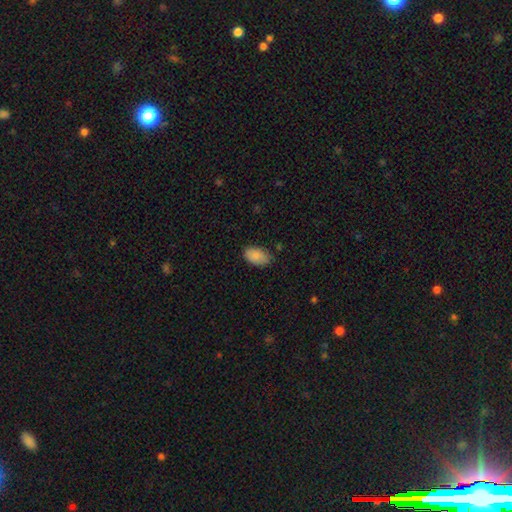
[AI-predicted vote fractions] smooth 87%, star or artifact 7%, featured or disk 6%. Down the decision tree: how rounded — in between (93%); merging — none (76%).